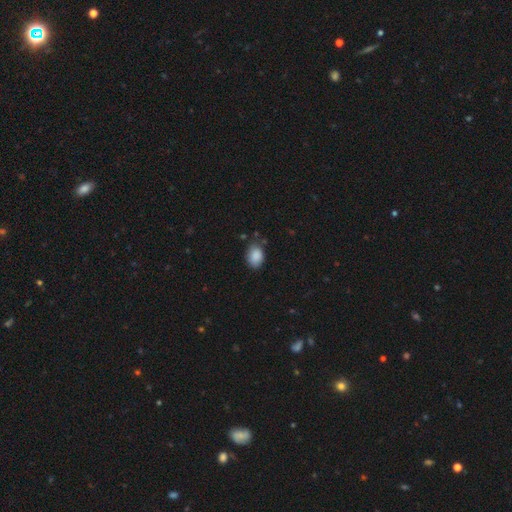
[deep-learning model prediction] Smooth or featured? Predicted: smooth (p=0.88). How rounded? Predicted: in between (p=0.77). Merging? Predicted: none (p=0.71).